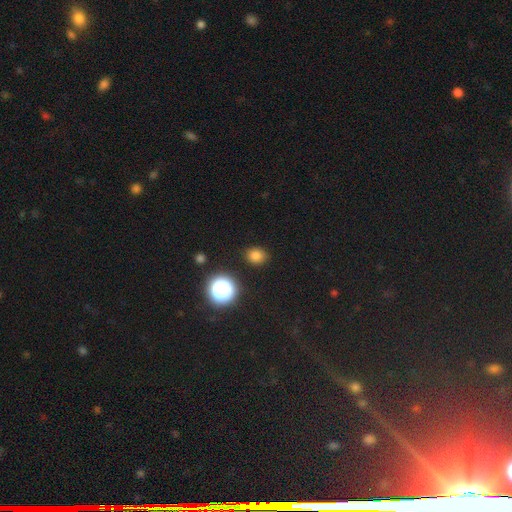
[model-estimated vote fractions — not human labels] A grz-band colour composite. It shows a smooth galaxy with no disk features (78%) that is round (67%). Merging: none (87%).